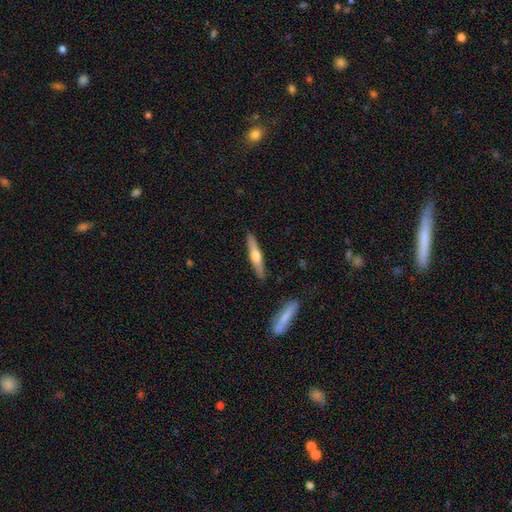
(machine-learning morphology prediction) Q: Smooth or featured?
A: featured or disk (53%); runner-up: smooth (42%)
Q: Edge-on disk?
A: yes (95%); runner-up: no (5%)
Q: Merging?
A: none (89%); runner-up: minor disturbance (8%)